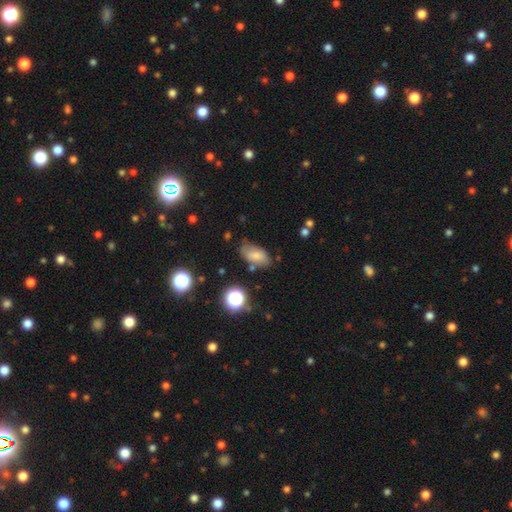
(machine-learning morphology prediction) A smooth galaxy with no disk features (75%) that is in between round and cigar-shaped (90%).

Vote fractions:
- Smooth or featured? smooth: 75% / featured or disk: 14% / star or artifact: 11%
- How rounded? in between: 90% / round: 6% / cigar-shaped: 4%
- Merging? none: 67% / minor disturbance: 22% / major disturbance: 6% / merger: 5%